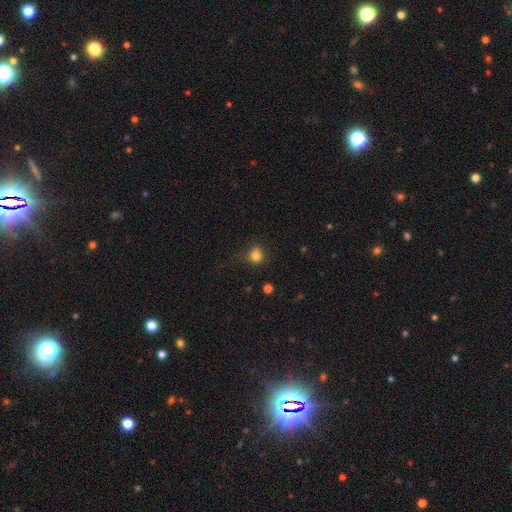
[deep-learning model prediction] Q: Smooth or featured?
A: smooth (80%); runner-up: star or artifact (14%)
Q: How rounded?
A: round (76%); runner-up: in between (23%)
Q: Merging?
A: none (65%); runner-up: minor disturbance (23%)